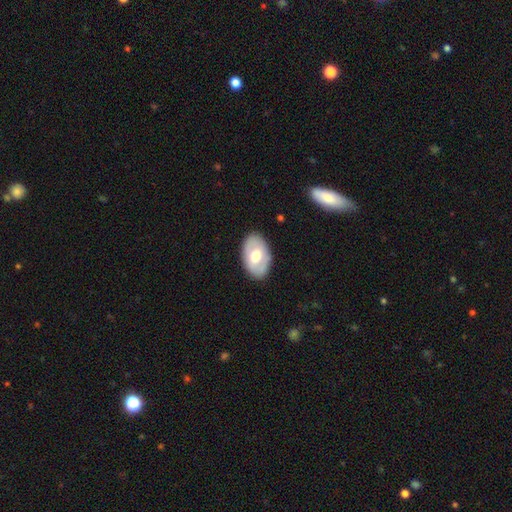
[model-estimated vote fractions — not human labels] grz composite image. It shows a smooth galaxy with no disk features (52%) that is in between round and cigar-shaped (90%). Merging: none (84%).